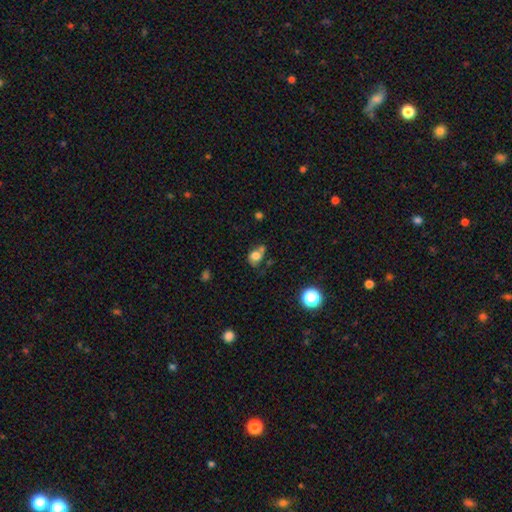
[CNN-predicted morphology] smooth 75%, star or artifact 13%, featured or disk 13%. Down the decision tree: how rounded — round (54%); merging — none (40%).